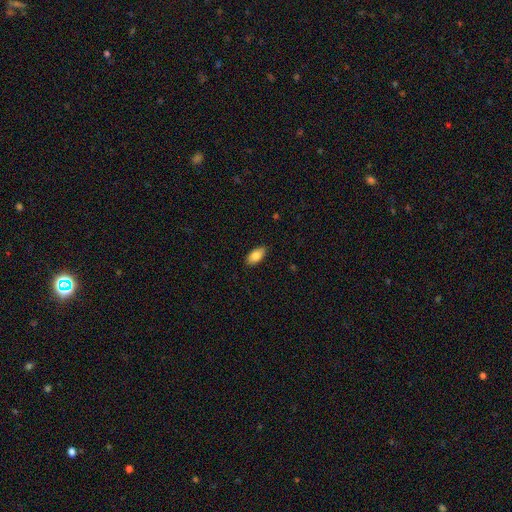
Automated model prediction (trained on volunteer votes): smooth 84%, featured or disk 8%, star or artifact 7%. Down the decision tree: how rounded — in between (93%); merging — none (87%).